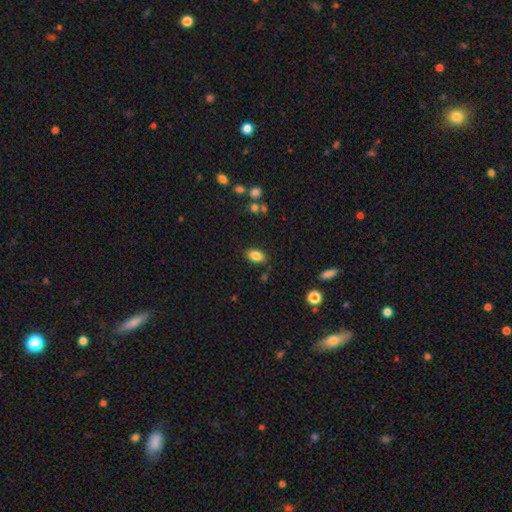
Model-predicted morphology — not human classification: The model was most divided on "merging": none: 82%, minor disturbance: 12%, major disturbance: 3%, merger: 2%. More confident: how rounded — in between (90%); smooth or featured — smooth (84%).